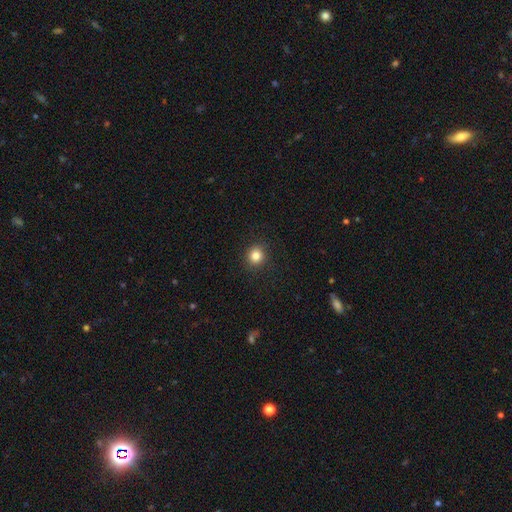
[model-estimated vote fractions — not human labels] smooth-or-featured: smooth: 84% | star or artifact: 11% | featured or disk: 4%
  how-rounded: round: 90% | in between: 9% | cigar-shaped: 1%
  merging: none: 91% | minor disturbance: 6% | major disturbance: 2% | merger: 1%